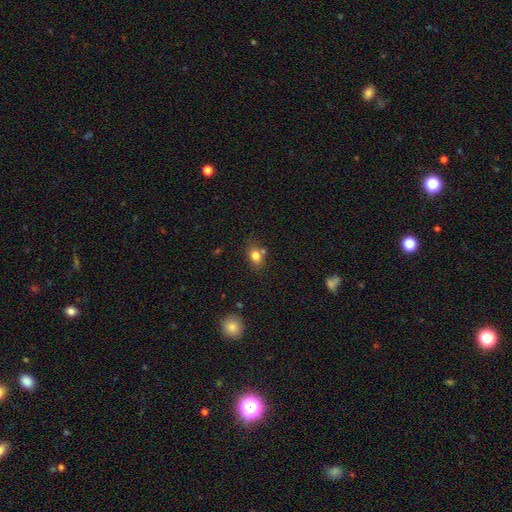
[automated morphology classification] This appears to be a smooth galaxy with no disk features (80%) that is in between round and cigar-shaped (63%). Merging: none (62%).